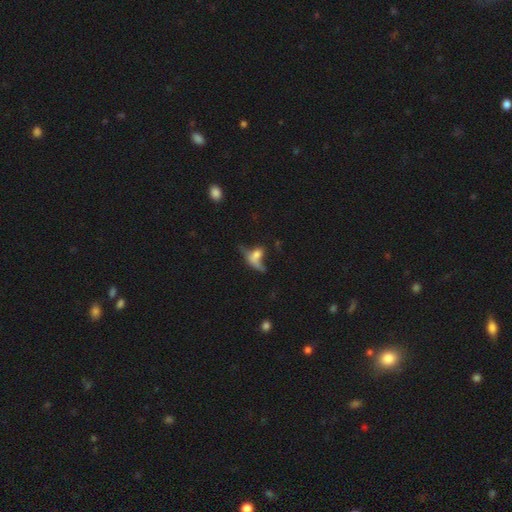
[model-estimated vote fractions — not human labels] A smooth galaxy with no disk features (50%) that is in between round and cigar-shaped (56%).

Vote fractions:
- Smooth or featured? smooth: 50% / featured or disk: 34% / star or artifact: 16%
- How rounded? in between: 56% / cigar-shaped: 23% / round: 21%
- Merging? major disturbance: 30% (tied) / none: 30% (tied) / merger: 24% / minor disturbance: 15%